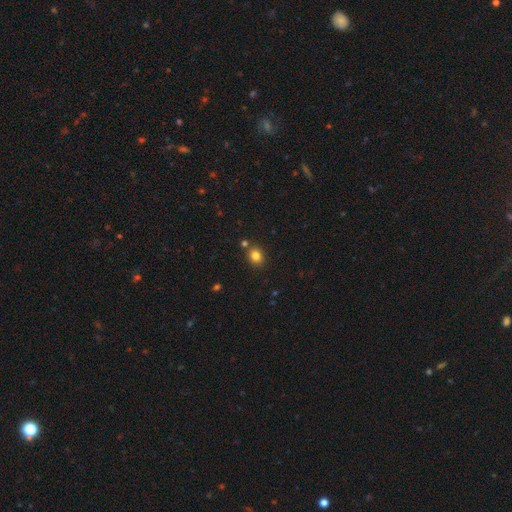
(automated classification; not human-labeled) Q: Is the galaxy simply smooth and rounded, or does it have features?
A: smooth — 82%.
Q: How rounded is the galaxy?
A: round — 62%.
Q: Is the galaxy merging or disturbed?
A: none — 81%.